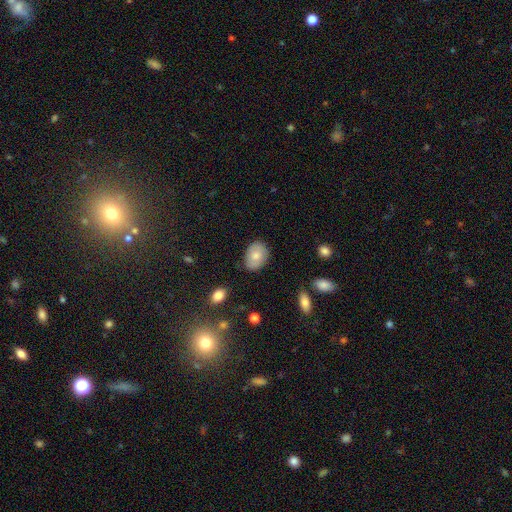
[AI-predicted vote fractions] Smooth or featured?
  - smooth: 76% *
  - featured or disk: 17%
  - star or artifact: 7%
How rounded?
  - in between: 80% *
  - round: 19%
  - cigar-shaped: 1%
Merging?
  - none: 80% *
  - minor disturbance: 16%
  - major disturbance: 3%
  - merger: 1%